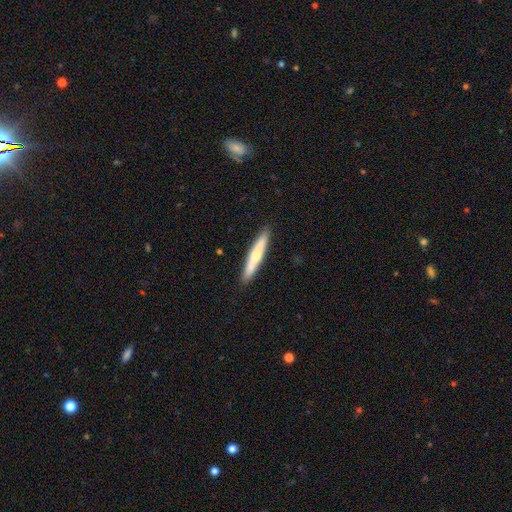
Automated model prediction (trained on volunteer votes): Q: Smooth or featured?
A: smooth (59%); runner-up: featured or disk (36%)
Q: How rounded?
A: cigar-shaped (94%); runner-up: in between (5%)
Q: Merging?
A: none (90%); runner-up: minor disturbance (8%)